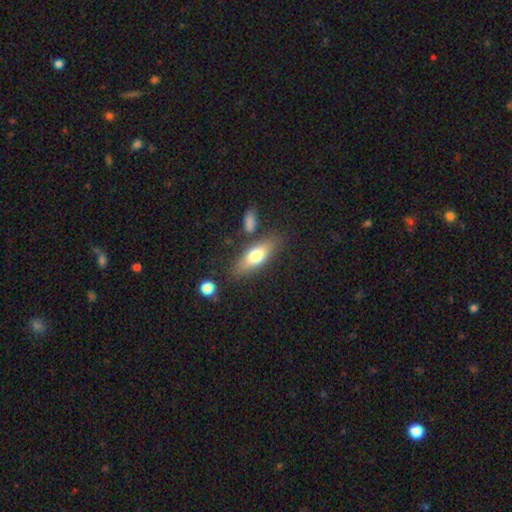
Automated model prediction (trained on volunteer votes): This appears to be a smooth galaxy with no disk features (68%) that is in between round and cigar-shaped (64%). Merging: none (76%).